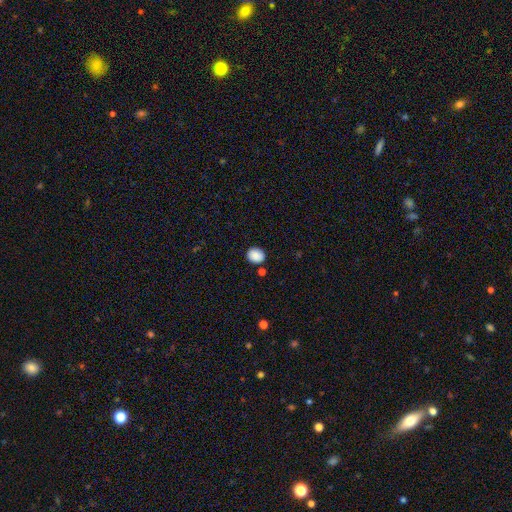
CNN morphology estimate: type=smooth (88%); roundness=round (62%); merging=none (84%).